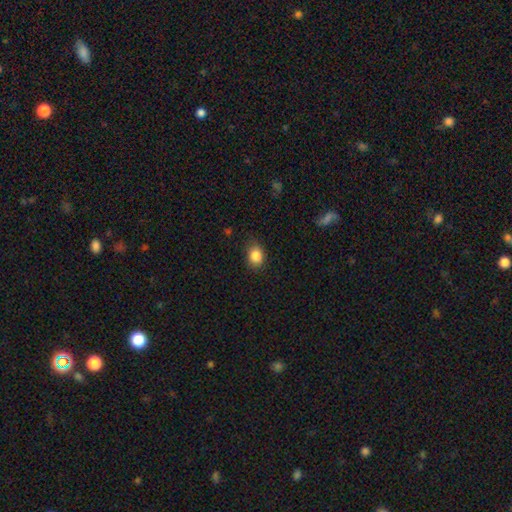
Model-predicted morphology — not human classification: Smooth or featured?
  - smooth: 86% *
  - star or artifact: 9%
  - featured or disk: 5%
How rounded?
  - in between: 56% *
  - round: 43%
  - cigar-shaped: 1%
Merging?
  - none: 76% *
  - minor disturbance: 19%
  - major disturbance: 4%
  - merger: 1%